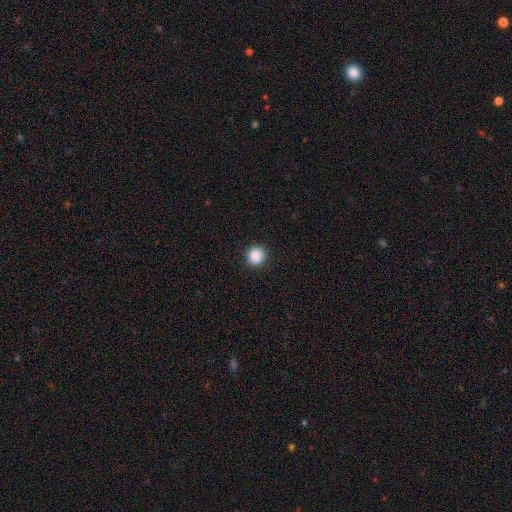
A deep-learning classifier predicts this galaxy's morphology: This appears to be a smooth galaxy with no disk features (89%) that is round (93%). Merging: none (92%).